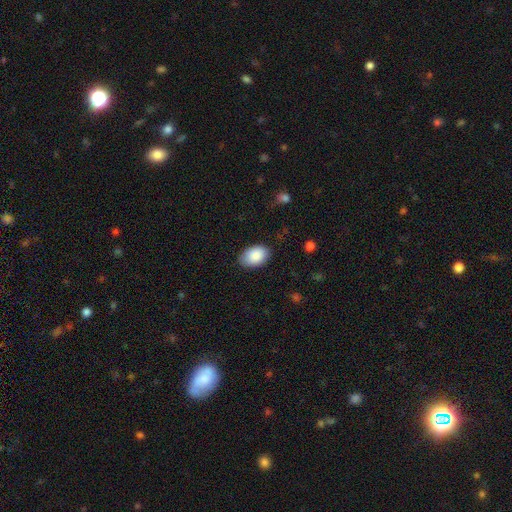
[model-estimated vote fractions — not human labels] A smooth galaxy with no disk features (88%) that is in between round and cigar-shaped (89%). Merging: none (82%).